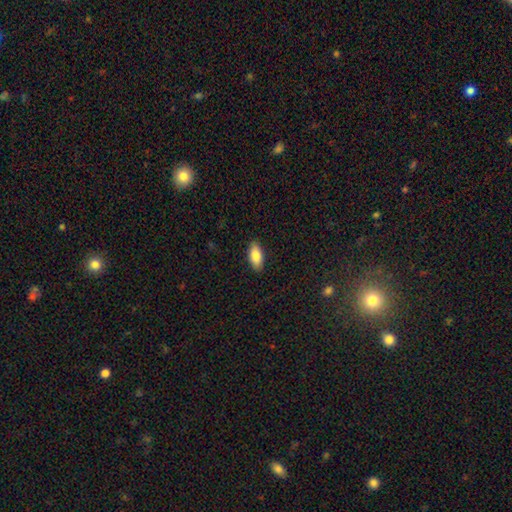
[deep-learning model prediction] Smooth or featured: smooth — 85% (featured or disk — 9%)
How rounded: in between — 88% (cigar-shaped — 10%)
Merging: none — 89% (minor disturbance — 8%)